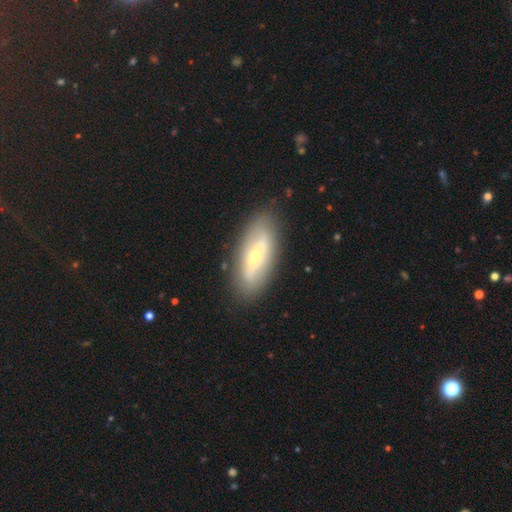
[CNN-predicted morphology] Smooth or featured? featured or disk (58%)
Edge-on disk? no (68%)
Merging? none (86%)